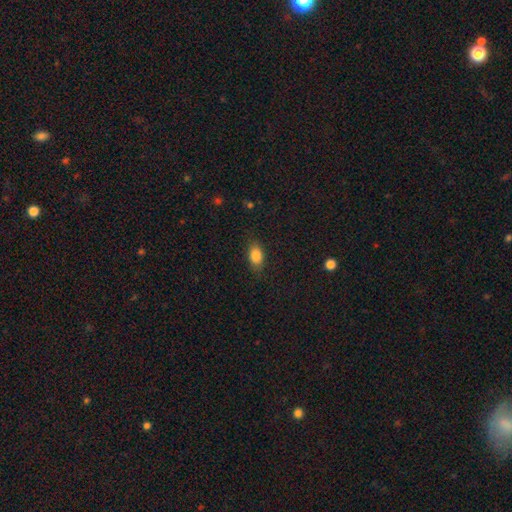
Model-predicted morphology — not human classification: smooth-or-featured: smooth: 85% | star or artifact: 9% | featured or disk: 7%
  how-rounded: in between: 85% | round: 12% | cigar-shaped: 3%
  merging: none: 82% | minor disturbance: 14% | major disturbance: 4% | merger: 1%